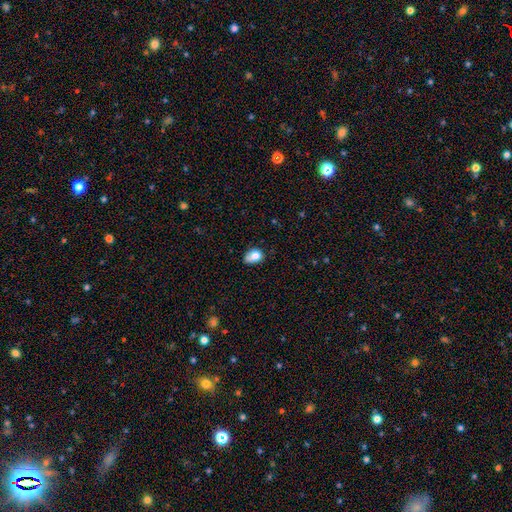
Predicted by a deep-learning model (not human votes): This appears to be a smooth galaxy with no disk features (78%) that is in between round and cigar-shaped (63%). Merging: none (49%).